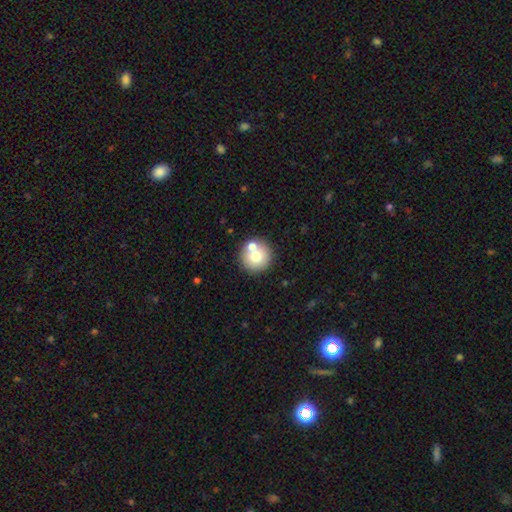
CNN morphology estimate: type=smooth (69%); roundness=round (95%); merging=none (70%).